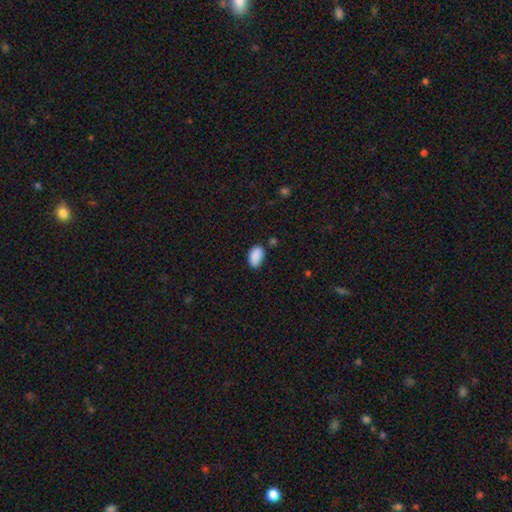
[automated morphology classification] This is clearly a smooth galaxy (89%). How rounded: clearly in between (92%). Merging: likely none (78%).